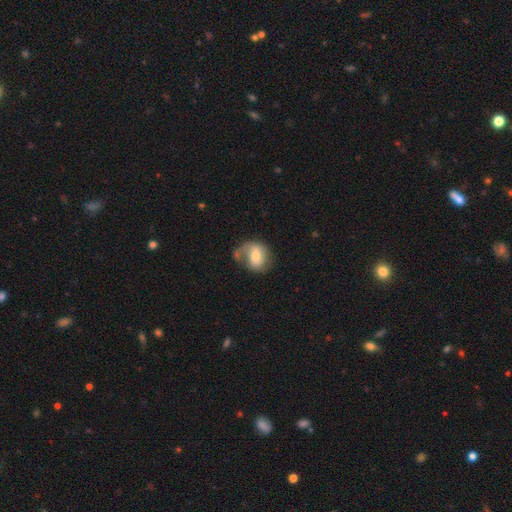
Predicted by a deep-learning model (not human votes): Smooth or featured? Predicted: featured or disk (p=0.47). Merging? Predicted: none (p=0.39).